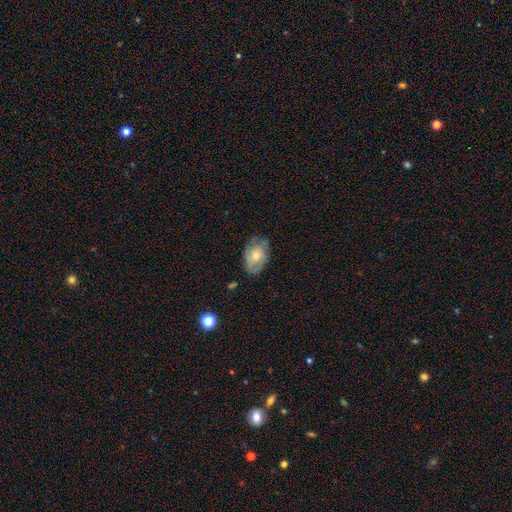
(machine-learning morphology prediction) Overall: smooth (48%; featured or disk 45%). Merging: none (63%; minor disturbance 27%).